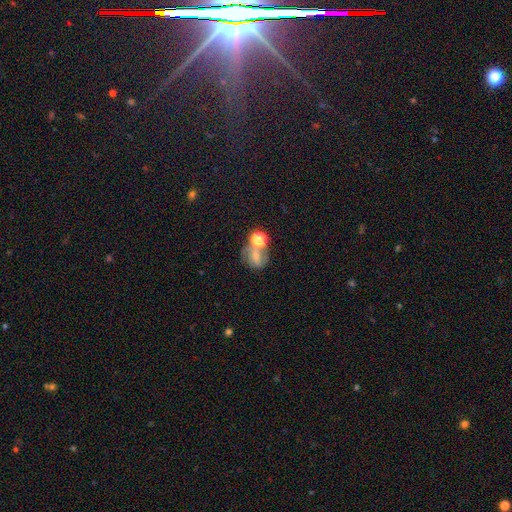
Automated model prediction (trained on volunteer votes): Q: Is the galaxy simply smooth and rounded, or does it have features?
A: smooth — 48%.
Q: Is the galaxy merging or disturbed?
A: none — 38%, tied with merger.